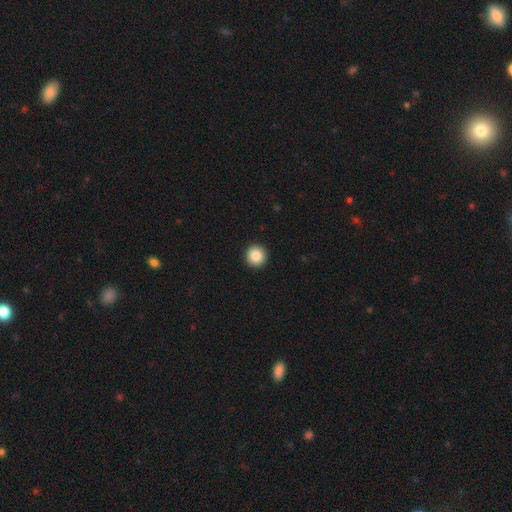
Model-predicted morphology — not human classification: smooth_or_featured: smooth (p=0.85) [alt: star or artifact p=0.09]
how_rounded: round (p=0.96) [alt: in between p=0.03]
merging: none (p=0.94) [alt: minor disturbance p=0.04]